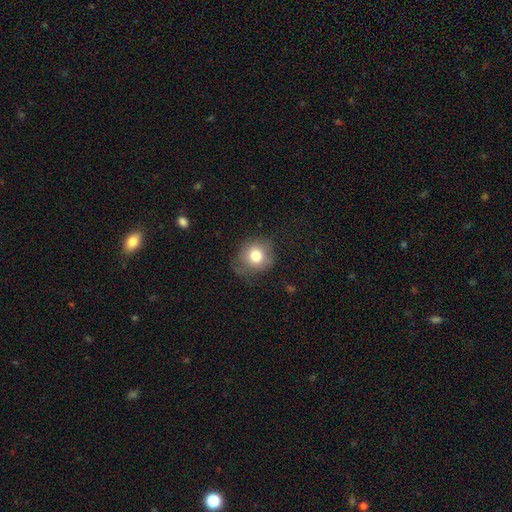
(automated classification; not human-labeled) Smooth or featured: smooth — 78% (featured or disk — 12%)
How rounded: round — 81% (in between — 18%)
Merging: none — 65% (minor disturbance — 25%)